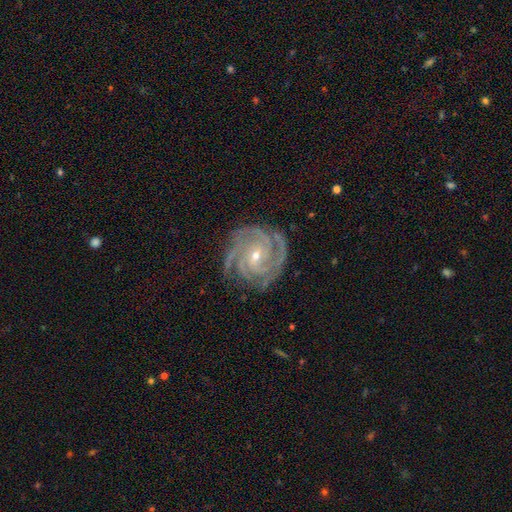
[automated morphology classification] smooth-or-featured: featured or disk: 93% | star or artifact: 5% | smooth: 3%
  disk-edge-on: no: 98% | yes: 2%
    bar: no: 52% | weak: 33% | strong: 15%
    has-spiral-arms: yes: 99% | no: 1%
      spiral-winding: tight: 76% | medium: 21% | loose: 2%
      spiral-arm-count: 3: 35% | 4: 32% | 2: 10% | can't tell: 9% | more than 4: 8% | 1: 6%
    bulge-size: small: 65% | moderate: 32% | large: 1% | none: 1% | dominant: 1%
  merging: none: 81% | minor disturbance: 14% | major disturbance: 4% | merger: 1%